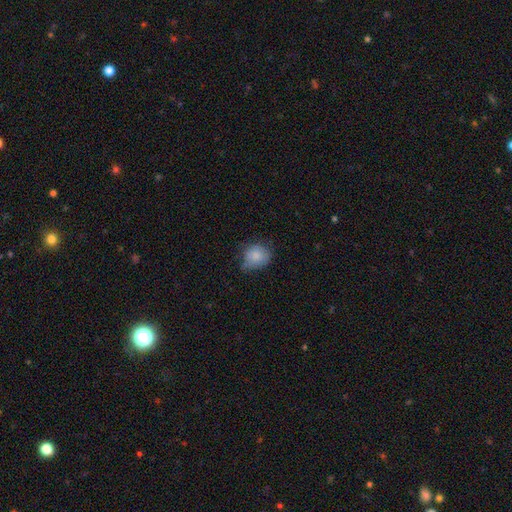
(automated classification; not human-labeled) Morphology: type=smooth (82%); roundness=round (67%); merging=none (50%).